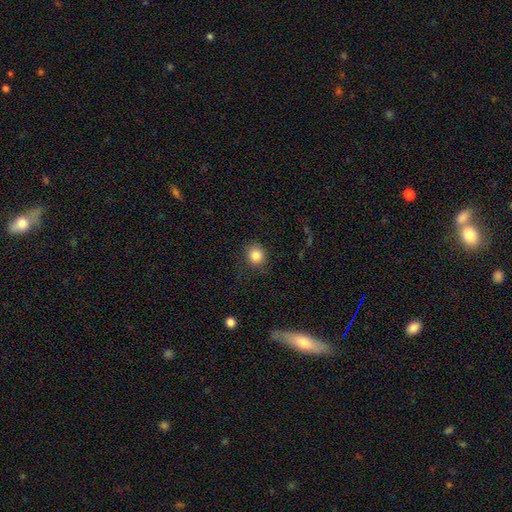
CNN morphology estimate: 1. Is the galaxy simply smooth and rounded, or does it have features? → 85% smooth, 10% star or artifact, 5% featured or disk.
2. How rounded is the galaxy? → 85% round, 14% in between, 1% cigar-shaped.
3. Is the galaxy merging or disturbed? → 85% none, 10% minor disturbance, 3% major disturbance, 1% merger.